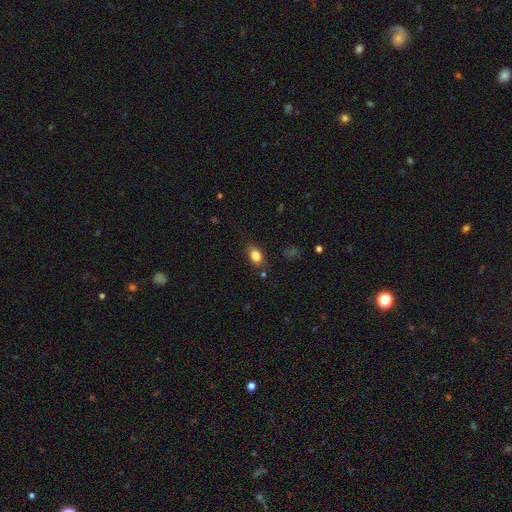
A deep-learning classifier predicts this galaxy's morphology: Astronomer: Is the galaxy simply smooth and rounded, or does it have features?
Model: smooth — 82%.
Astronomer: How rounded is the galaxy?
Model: in between — 78%.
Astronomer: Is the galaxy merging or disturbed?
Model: none — 77%.